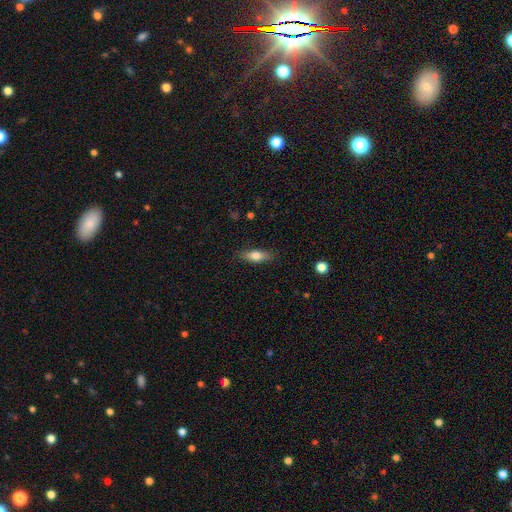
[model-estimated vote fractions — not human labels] Smooth or featured?
  - smooth: 70% *
  - featured or disk: 23%
  - star or artifact: 7%
How rounded?
  - in between: 61% *
  - cigar-shaped: 36%
  - round: 3%
Merging?
  - none: 86% *
  - minor disturbance: 11%
  - major disturbance: 2%
  - merger: 1%